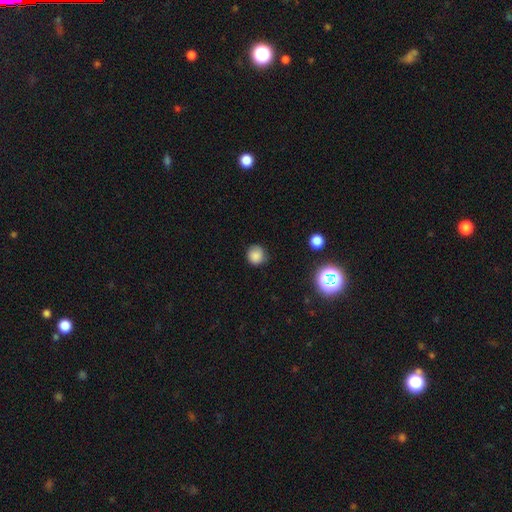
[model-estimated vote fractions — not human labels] Q: Smooth or featured?
A: smooth (84%); runner-up: star or artifact (12%)
Q: How rounded?
A: round (91%); runner-up: in between (8%)
Q: Merging?
A: none (80%); runner-up: minor disturbance (15%)